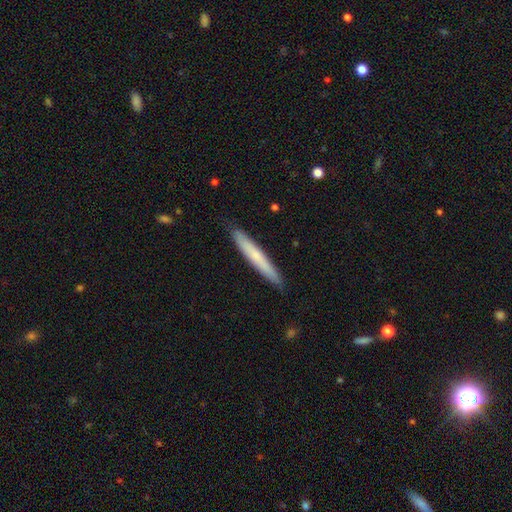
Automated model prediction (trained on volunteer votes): Smooth or featured?
  - smooth: 64% *
  - featured or disk: 30%
  - star or artifact: 6%
How rounded?
  - cigar-shaped: 96% *
  - in between: 3%
  - round: 1%
Merging?
  - none: 89% *
  - minor disturbance: 8%
  - major disturbance: 1%
  - merger: 1%